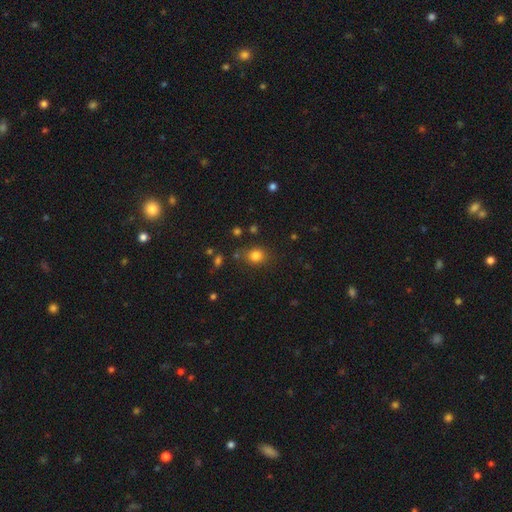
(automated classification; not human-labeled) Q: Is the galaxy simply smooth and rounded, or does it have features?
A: smooth — 80%.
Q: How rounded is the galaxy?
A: round — 67%.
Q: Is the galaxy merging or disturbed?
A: none — 78%.